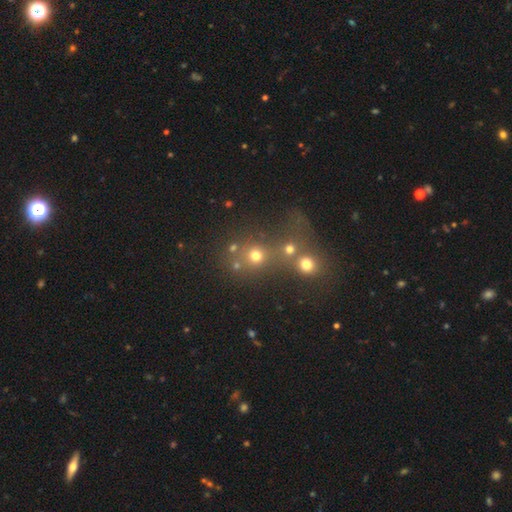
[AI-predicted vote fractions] A smooth galaxy with no disk features (69%) that is round (85%).

Vote fractions:
- Smooth or featured? smooth: 69% / star or artifact: 21% / featured or disk: 10%
- How rounded? round: 85% / in between: 14% / cigar-shaped: 2%
- Merging? none: 49% / merger: 37% / minor disturbance: 8% / major disturbance: 7%